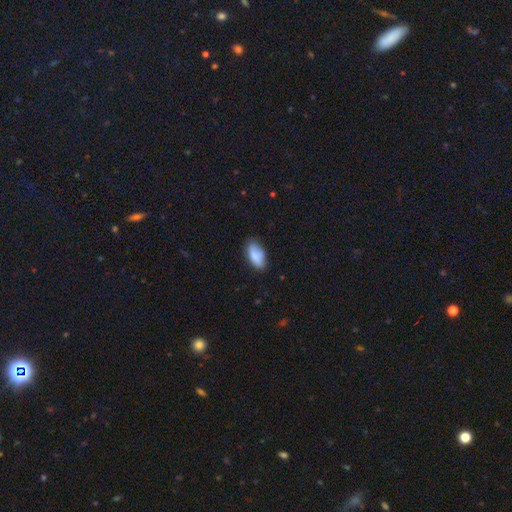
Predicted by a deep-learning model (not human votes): smooth-or-featured: smooth: 83% | featured or disk: 10% | star or artifact: 7%
  how-rounded: in between: 90% | cigar-shaped: 7% | round: 3%
  merging: none: 72% | minor disturbance: 22% | major disturbance: 4% | merger: 2%